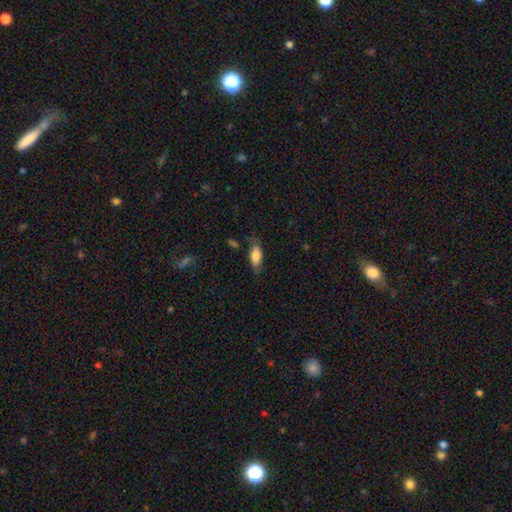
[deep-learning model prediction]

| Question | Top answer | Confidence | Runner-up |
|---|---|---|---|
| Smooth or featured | smooth | 77% | featured or disk (16%) |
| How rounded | in between | 78% | cigar-shaped (19%) |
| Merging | none | 68% | minor disturbance (23%) |